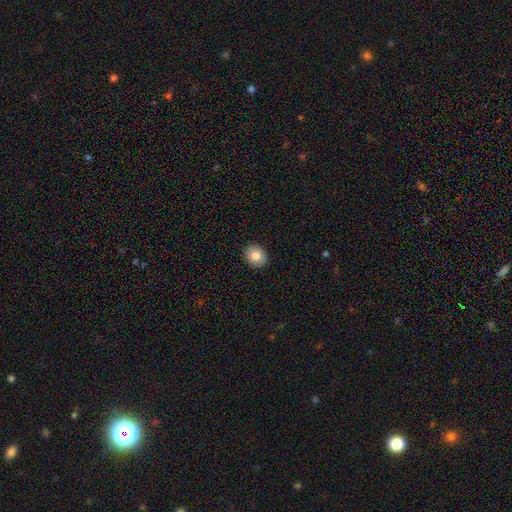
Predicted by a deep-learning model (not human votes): This is clearly a smooth galaxy (82%). How rounded: possibly round (59%). Merging: clearly none (91%).